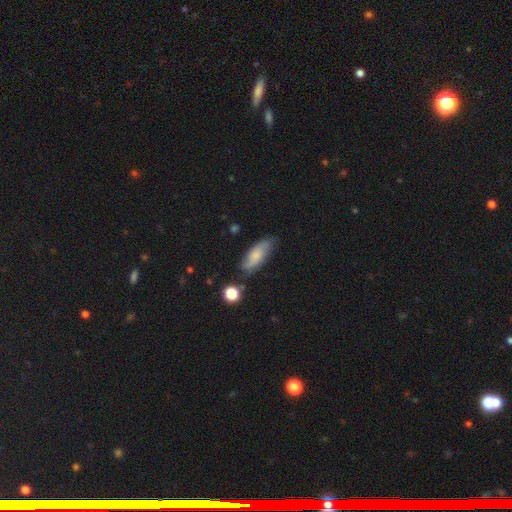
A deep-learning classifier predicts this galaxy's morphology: Smooth or featured? smooth (63%)
How rounded? in between (70%)
Merging? none (71%)